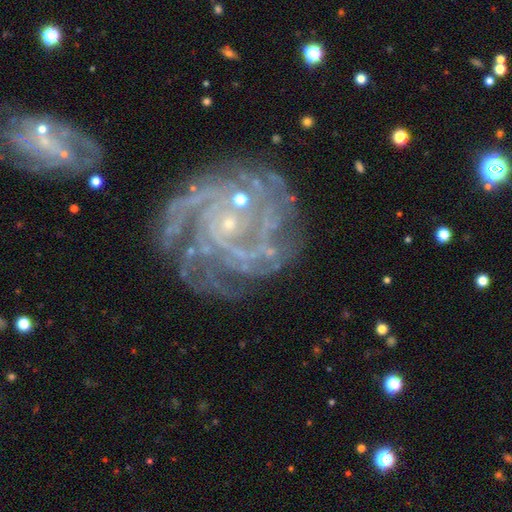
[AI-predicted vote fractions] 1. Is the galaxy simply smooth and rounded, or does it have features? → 89% featured or disk, 7% star or artifact, 4% smooth.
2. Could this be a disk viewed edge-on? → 98% no, 2% yes.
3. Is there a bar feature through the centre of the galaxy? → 74% no, 19% weak, 7% strong.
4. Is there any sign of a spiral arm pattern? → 98% yes, 2% no.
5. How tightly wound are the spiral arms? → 71% tight, 25% medium, 4% loose.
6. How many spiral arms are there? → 25% 4, 20% more than 4, 19% can't tell, 17% 3, 12% 2, 8% 1.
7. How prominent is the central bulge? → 86% small, 8% moderate, 4% none, 1% large, 1% dominant.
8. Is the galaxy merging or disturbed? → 72% none, 17% minor disturbance, 8% major disturbance, 3% merger.